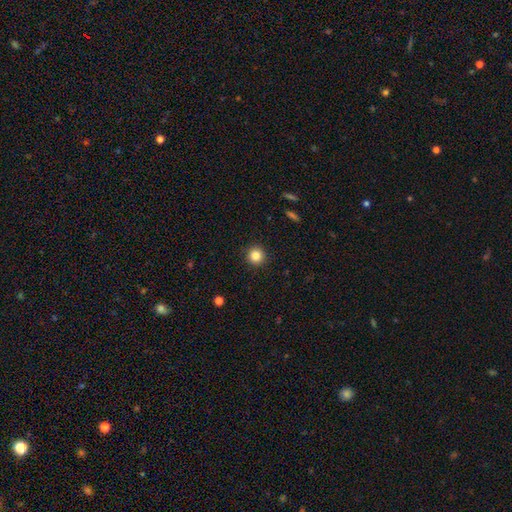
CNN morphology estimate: Smooth or featured: smooth — 84% (star or artifact — 11%)
How rounded: round — 95% (in between — 4%)
Merging: none — 93% (minor disturbance — 5%)